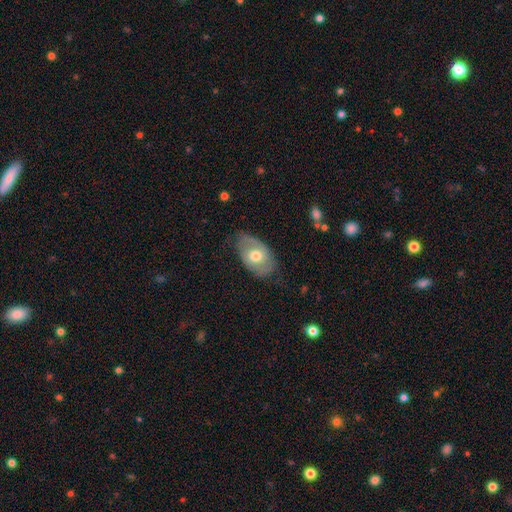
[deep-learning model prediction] Q: Smooth or featured?
A: smooth (50%); runner-up: featured or disk (44%)
Q: How rounded?
A: in between (89%); runner-up: round (10%)
Q: Merging?
A: none (62%); runner-up: minor disturbance (27%)